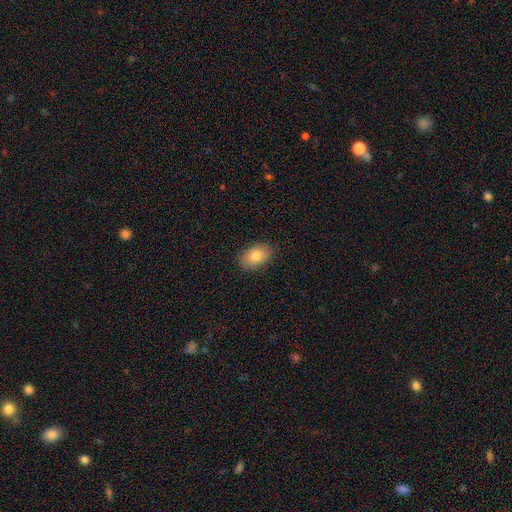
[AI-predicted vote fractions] Smooth or featured? smooth (83%)
How rounded? in between (88%)
Merging? none (87%)